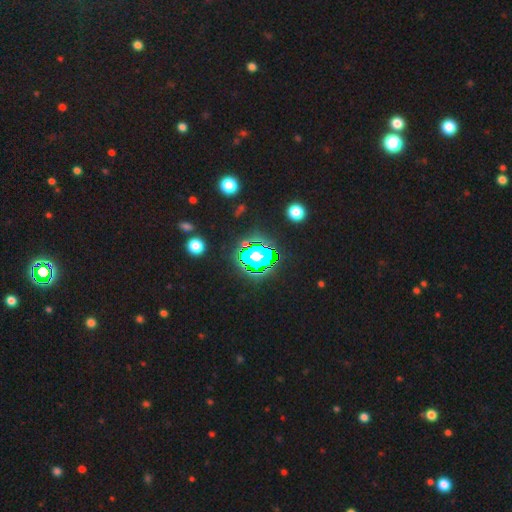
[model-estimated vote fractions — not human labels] smooth-or-featured: star or artifact: 59% | smooth: 25% | featured or disk: 17%